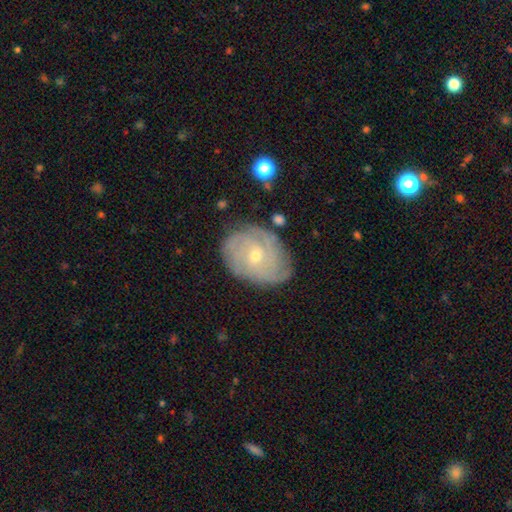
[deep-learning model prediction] This is likely a featured or disk galaxy (79%). It is clearly not viewed edge-on (97%). Bar: likely no (69%). Spiral arm pattern: clearly yes (93%). Spiral arm count: marginally can't tell (37%). Spiral winding: likely tight (71%). Central bulge: likely small (67%). Merging: likely none (77%).